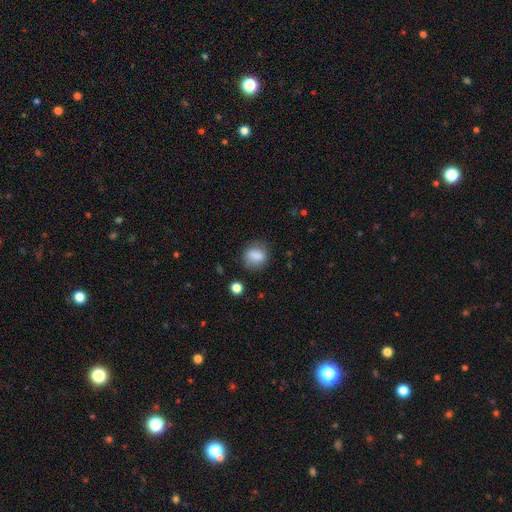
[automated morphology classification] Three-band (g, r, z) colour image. It shows a smooth galaxy with no disk features (83%) that is round (54%). Merging: none (75%).